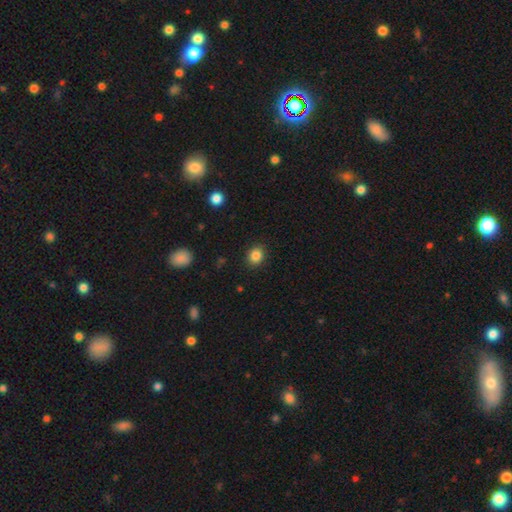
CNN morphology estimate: Overall: smooth (85%). How rounded: round (69%; in between 30%). Merging: none (89%).